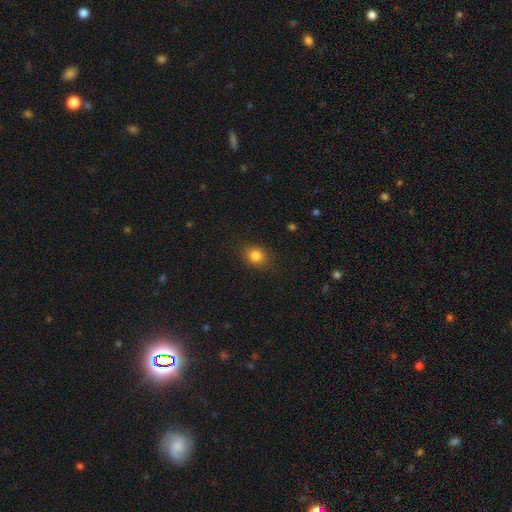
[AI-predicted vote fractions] Overall: smooth (84%). How rounded: round (63%; in between 36%). Merging: none (85%).